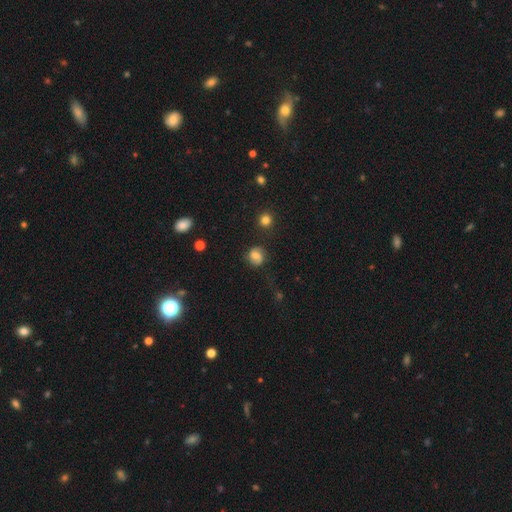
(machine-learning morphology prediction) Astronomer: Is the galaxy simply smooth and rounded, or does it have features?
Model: smooth — 54% (runner-up: featured or disk, 35%).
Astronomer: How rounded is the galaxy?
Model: round — 74%.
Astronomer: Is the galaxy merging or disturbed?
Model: none — 73%.